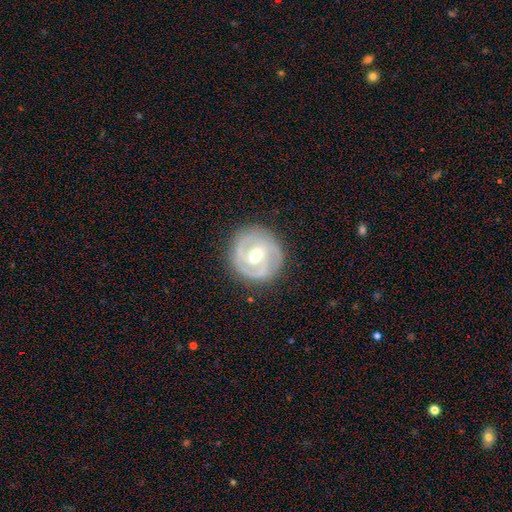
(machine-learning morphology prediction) Smooth or featured?
  - featured or disk: 81% *
  - smooth: 14%
  - star or artifact: 5%
Edge-on disk?
  - no: 97% *
  - yes: 3%
Bar?
  - weak: 49% *
  - no: 28%
  - strong: 23%
Spiral arms?
  - yes: 90% *
  - no: 10%
Spiral winding?
  - tight: 58% *
  - medium: 34%
  - loose: 8%
Spiral arm count?
  - 2: 55% *
  - 3: 21%
  - can't tell: 14%
  - 1: 4%
  - 4: 3%
  - more than 4: 3%
Bulge size?
  - moderate: 72% *
  - small: 21%
  - large: 5%
  - none: 1%
  - dominant: 1%
Merging?
  - none: 84% *
  - minor disturbance: 11%
  - major disturbance: 3%
  - merger: 1%